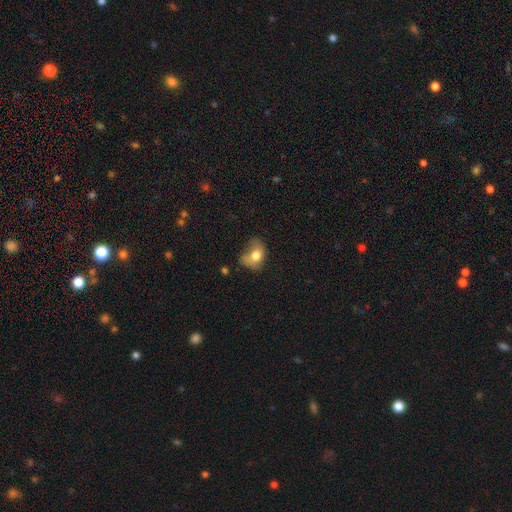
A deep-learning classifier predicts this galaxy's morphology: This appears to be a smooth galaxy with no disk features (70%) that is in between round and cigar-shaped (66%). Merging: minor disturbance (34%).